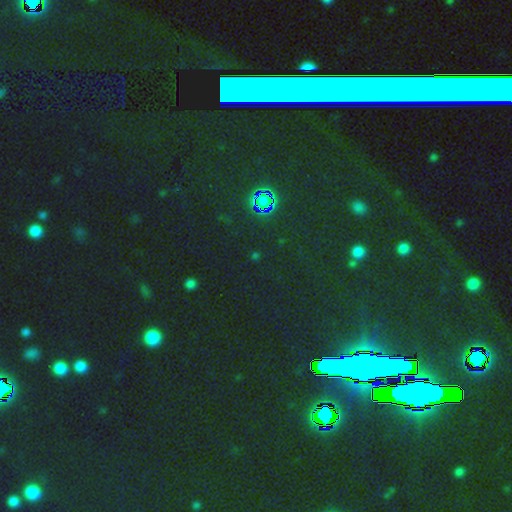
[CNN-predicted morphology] Overall: star or artifact (76%).